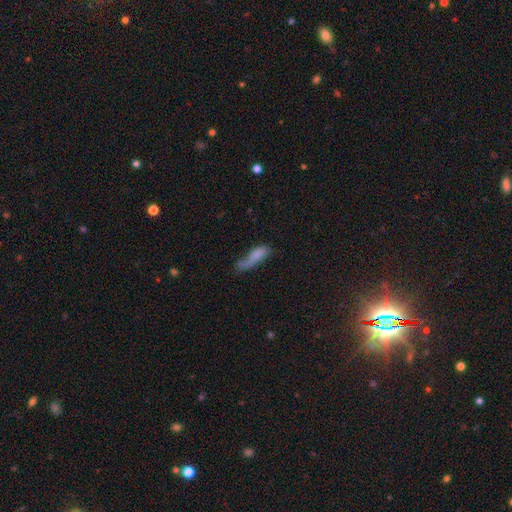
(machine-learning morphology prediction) type=smooth (69%); roundness=in between (51%); merging=none (32%).